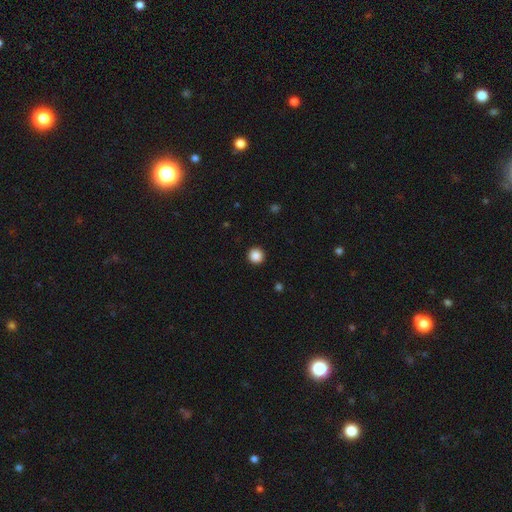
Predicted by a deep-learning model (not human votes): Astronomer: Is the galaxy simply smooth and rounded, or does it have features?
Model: smooth — 87%.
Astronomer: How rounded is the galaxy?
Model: round — 96%.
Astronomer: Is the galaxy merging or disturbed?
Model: none — 93%.